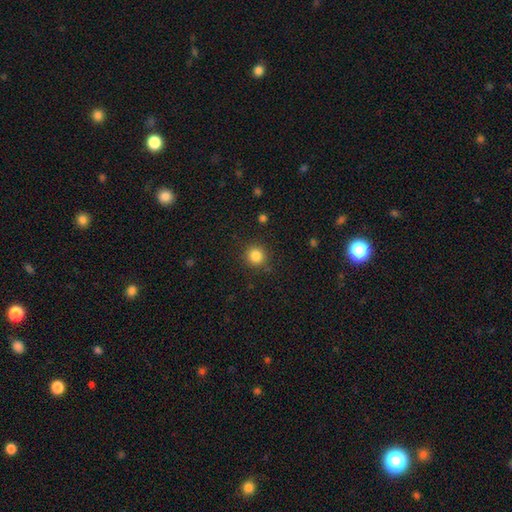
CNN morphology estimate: This is clearly a smooth galaxy (84%). How rounded: clearly round (91%). Merging: clearly none (87%).